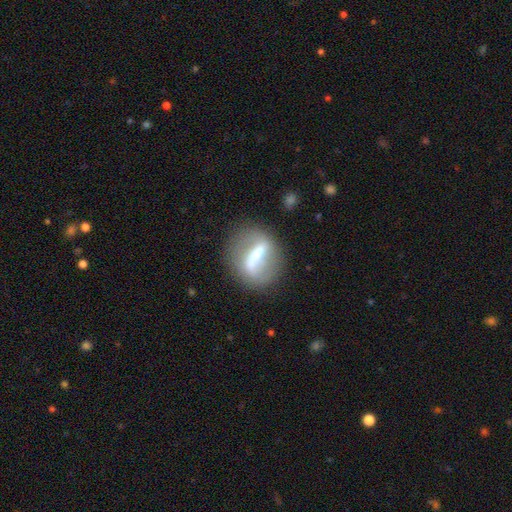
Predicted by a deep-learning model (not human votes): Smooth or featured?
  - featured or disk: 65% *
  - smooth: 27%
  - star or artifact: 8%
Edge-on disk?
  - no: 81% *
  - yes: 19%
Bar?
  - strong: 77% *
  - weak: 16%
  - no: 7%
Spiral arms?
  - no: 69% *
  - yes: 31%
Bulge size?
  - moderate: 41% *
  - small: 30%
  - none: 16%
  - large: 10%
  - dominant: 3%
Merging?
  - none: 79% *
  - minor disturbance: 12%
  - major disturbance: 7%
  - merger: 3%